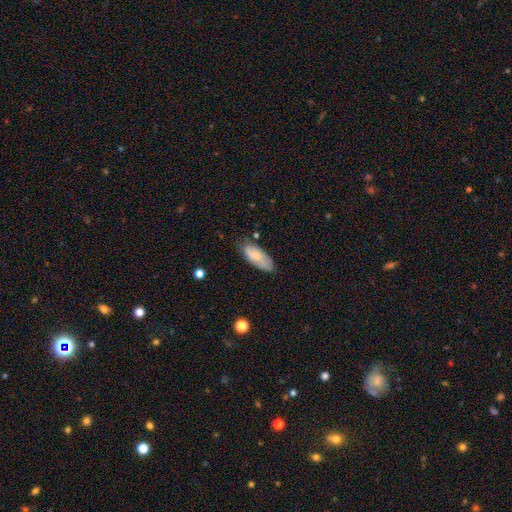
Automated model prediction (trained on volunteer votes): The model was most divided on "smooth or featured": smooth: 67%, featured or disk: 26%, star or artifact: 7%. More confident: how rounded — in between (85%); merging — none (68%).